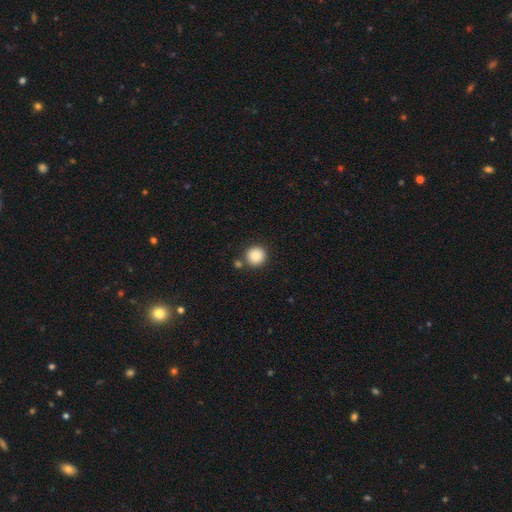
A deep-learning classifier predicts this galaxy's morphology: Q: Smooth or featured?
A: smooth (85%); runner-up: star or artifact (9%)
Q: How rounded?
A: round (94%); runner-up: in between (5%)
Q: Merging?
A: none (81%); runner-up: merger (9%)